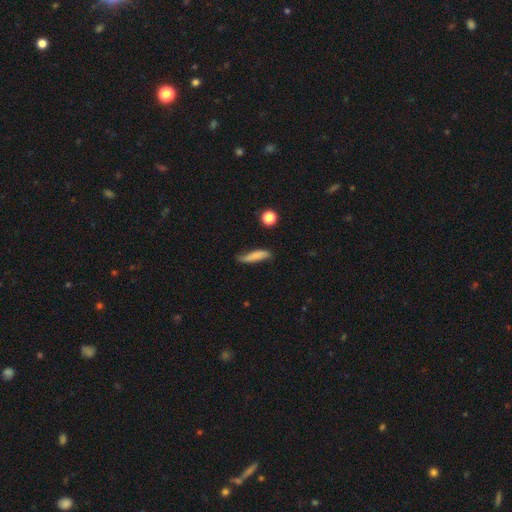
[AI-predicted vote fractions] This appears to be a smooth galaxy with no disk features (72%) that is cigar-shaped (77%). Merging: none (65%).